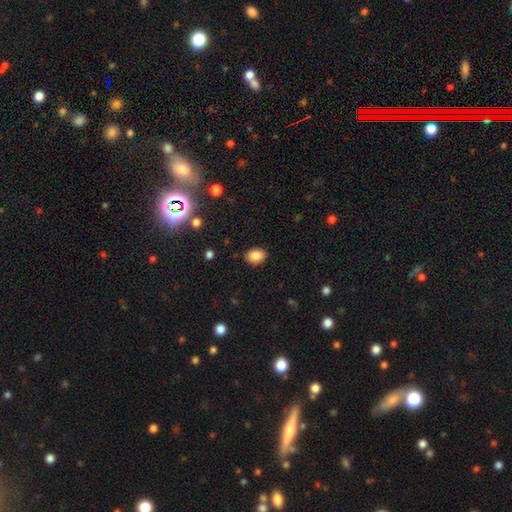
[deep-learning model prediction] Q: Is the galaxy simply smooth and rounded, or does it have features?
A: smooth — 86%.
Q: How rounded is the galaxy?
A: in between — 70%.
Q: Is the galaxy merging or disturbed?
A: none — 88%.